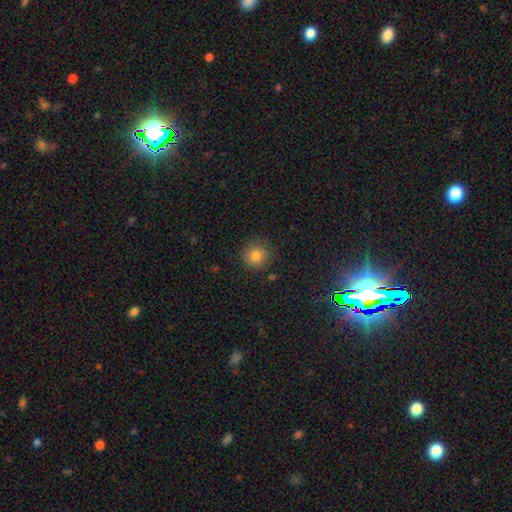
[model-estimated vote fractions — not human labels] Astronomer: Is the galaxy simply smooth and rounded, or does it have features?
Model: smooth — 82%.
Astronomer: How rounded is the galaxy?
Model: round — 93%.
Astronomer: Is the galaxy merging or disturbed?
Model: none — 87%.